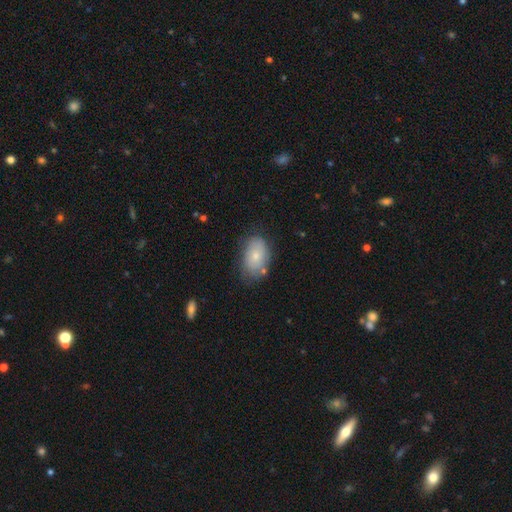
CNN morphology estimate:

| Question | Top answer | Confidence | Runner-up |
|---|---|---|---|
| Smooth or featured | smooth | 72% | featured or disk (21%) |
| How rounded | in between | 89% | round (10%) |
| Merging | none | 66% | minor disturbance (24%) |